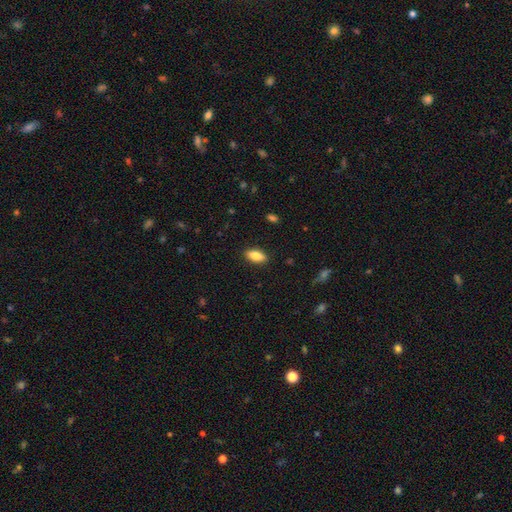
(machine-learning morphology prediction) Smooth or featured? Predicted: smooth (p=0.80). How rounded? Predicted: in between (p=0.82). Merging? Predicted: none (p=0.89).